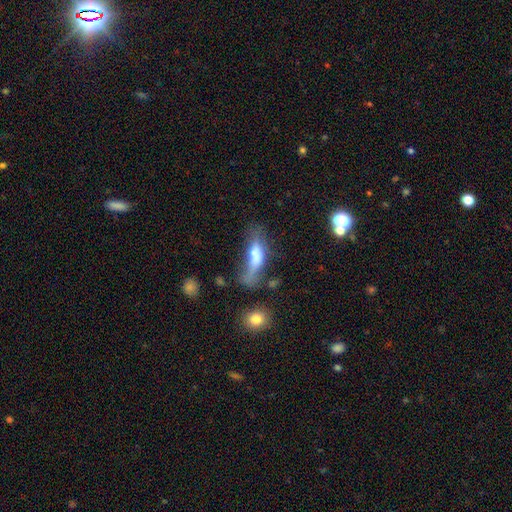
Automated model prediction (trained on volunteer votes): Smooth or featured: smooth — 59% (featured or disk — 31%)
How rounded: in between — 54% (cigar-shaped — 42%)
Merging: major disturbance — 37% (none — 23%)